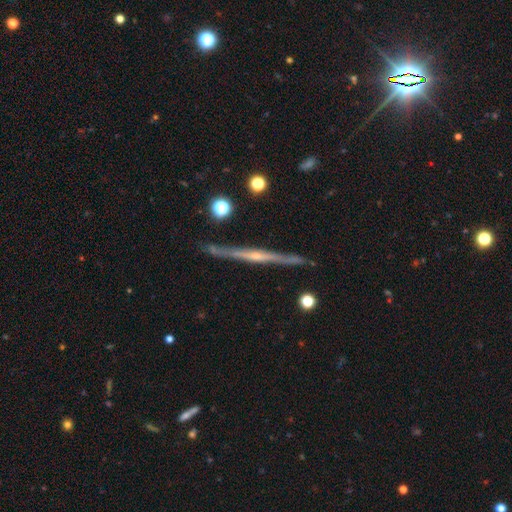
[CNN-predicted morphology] This appears to be a featured or disk galaxy (85%) viewed edge-on (98%) with a rounded central bulge (72%). Merging: none (90%).